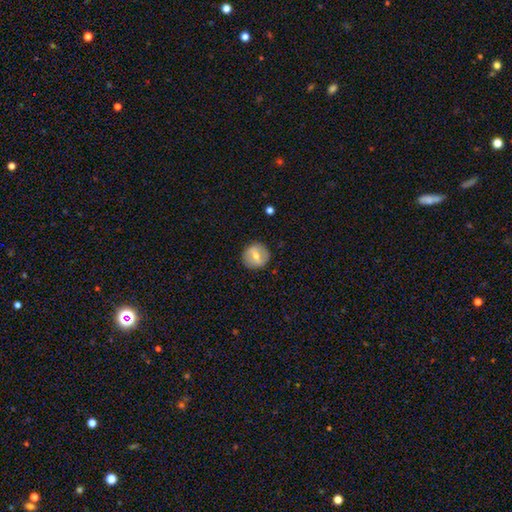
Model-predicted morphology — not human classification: This is possibly a smooth galaxy (51%). How rounded: clearly round (88%). Merging: clearly none (88%).